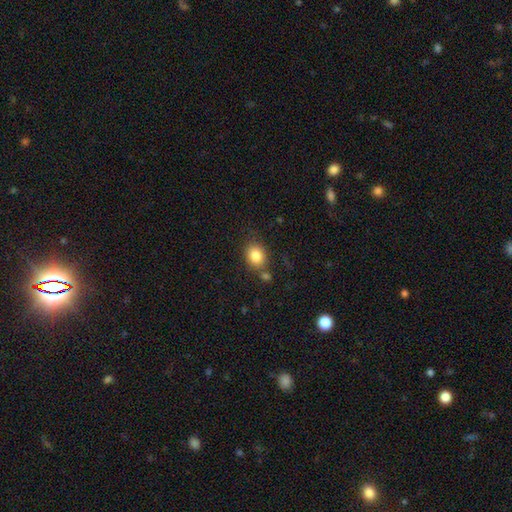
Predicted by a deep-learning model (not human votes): Smooth or featured? smooth (84%)
How rounded? round (52%)
Merging? none (73%)